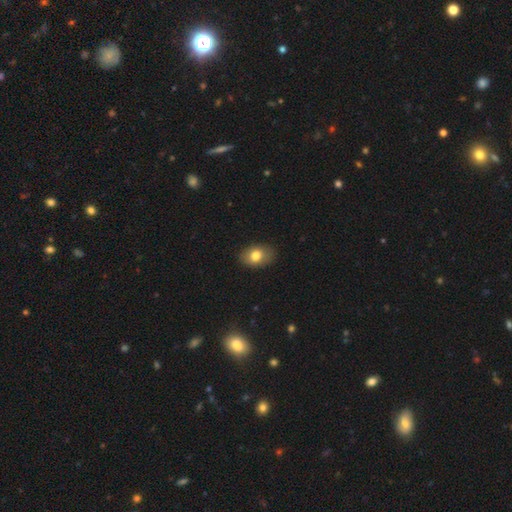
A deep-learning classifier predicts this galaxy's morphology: Q: Smooth or featured?
A: smooth (78%); runner-up: featured or disk (14%)
Q: How rounded?
A: in between (83%); runner-up: round (16%)
Q: Merging?
A: none (86%); runner-up: minor disturbance (11%)